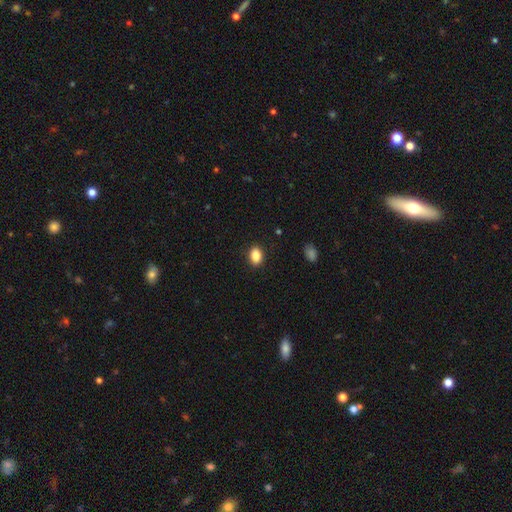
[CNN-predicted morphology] type=smooth (87%); roundness=in between (78%); merging=none (88%).